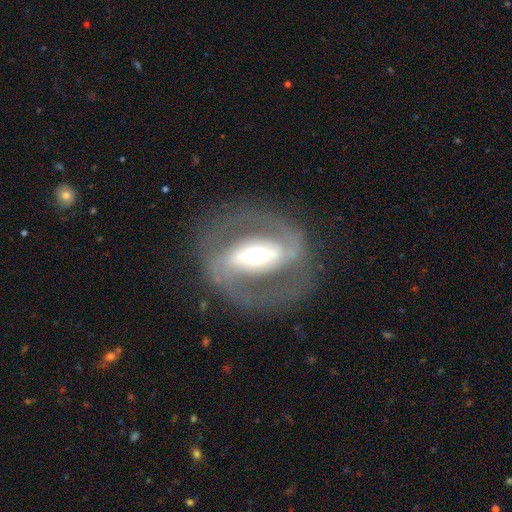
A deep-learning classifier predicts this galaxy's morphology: Overall: featured or disk (85%). Edge-on disk: no (94%). Bar: strong (66%). Spiral arms: yes (83%). Spiral arm count: 2 (89%). Spiral winding: medium (50%; tight 34%). Bulge size: moderate (59%; small 19%). Merging: none (76%).